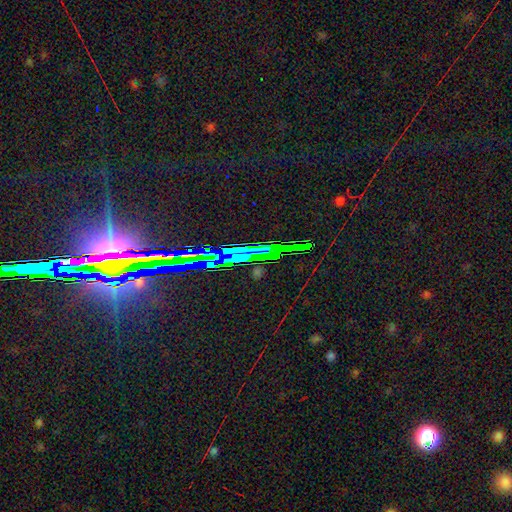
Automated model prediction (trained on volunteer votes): This appears to be a star or artifact, not a galaxy (83%).